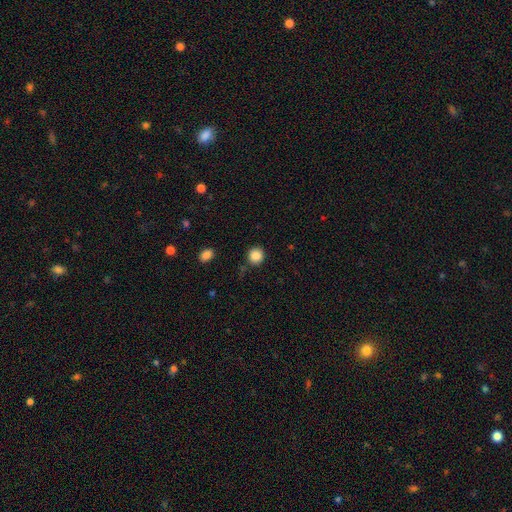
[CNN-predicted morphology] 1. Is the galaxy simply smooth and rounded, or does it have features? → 87% smooth, 9% star or artifact, 3% featured or disk.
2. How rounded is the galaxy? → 91% round, 8% in between, 1% cigar-shaped.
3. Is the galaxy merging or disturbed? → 86% none, 9% minor disturbance, 3% major disturbance, 3% merger.